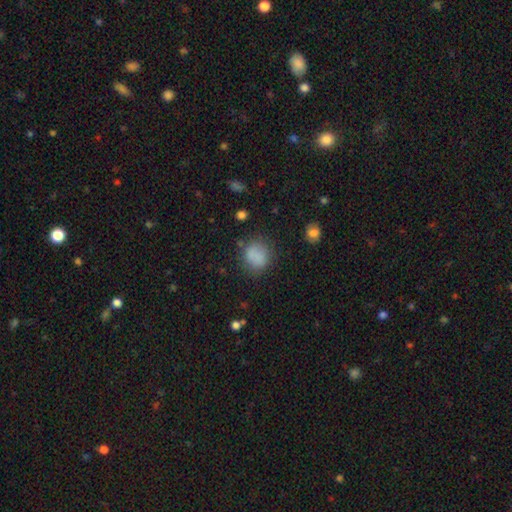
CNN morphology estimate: This is clearly a smooth galaxy (81%). How rounded: likely round (72%). Merging: likely none (73%).